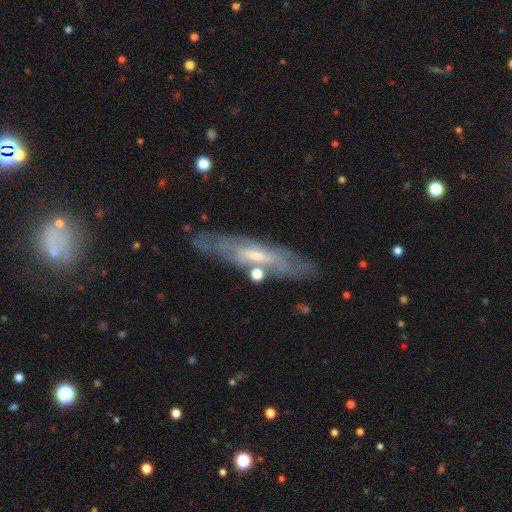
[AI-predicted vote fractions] Overall: featured or disk (69%). Edge-on disk: no (55%; yes 45%). Merging: none (73%).